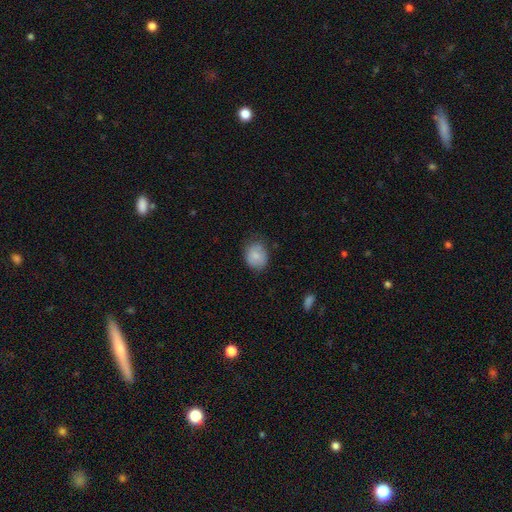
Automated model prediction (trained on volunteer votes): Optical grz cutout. It shows a smooth galaxy with no disk features (84%) that is round (52%). Merging: none (70%).